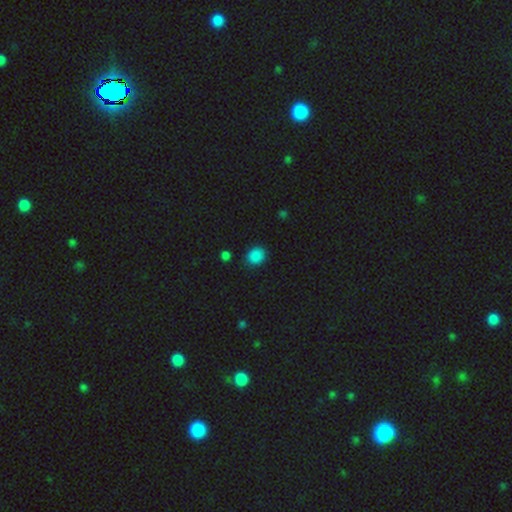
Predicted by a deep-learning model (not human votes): The model was most divided on "how rounded": round: 72%, in between: 27%, cigar-shaped: 1%. More confident: merging — none (86%); smooth or featured — smooth (86%).